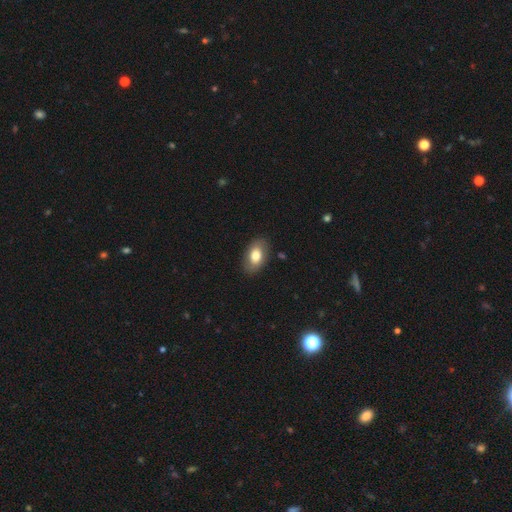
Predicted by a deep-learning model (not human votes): The model was most divided on "smooth or featured": smooth: 75%, featured or disk: 19%, star or artifact: 7%. More confident: how rounded — in between (90%); merging — none (84%).